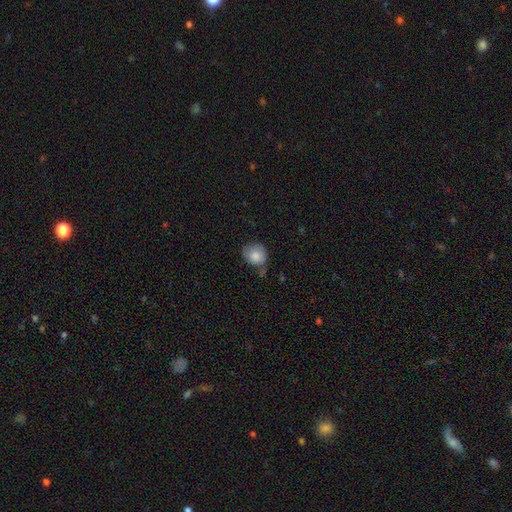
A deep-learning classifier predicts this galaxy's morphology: Overall: smooth (84%). How rounded: round (76%). Merging: none (57%; minor disturbance 29%).